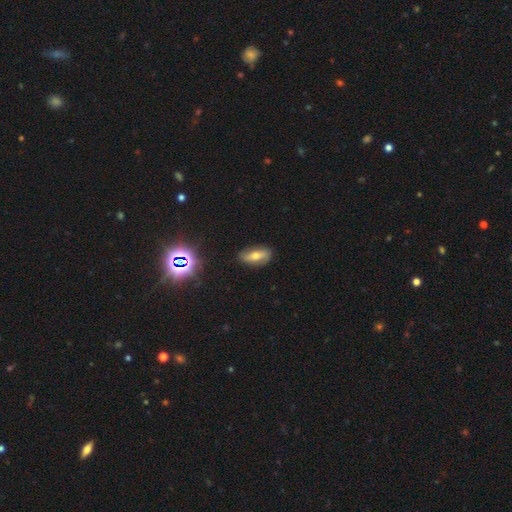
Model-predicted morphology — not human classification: Q: Smooth or featured?
A: smooth (51%); runner-up: featured or disk (34%)
Q: How rounded?
A: in between (77%); runner-up: cigar-shaped (18%)
Q: Merging?
A: none (82%); runner-up: minor disturbance (14%)